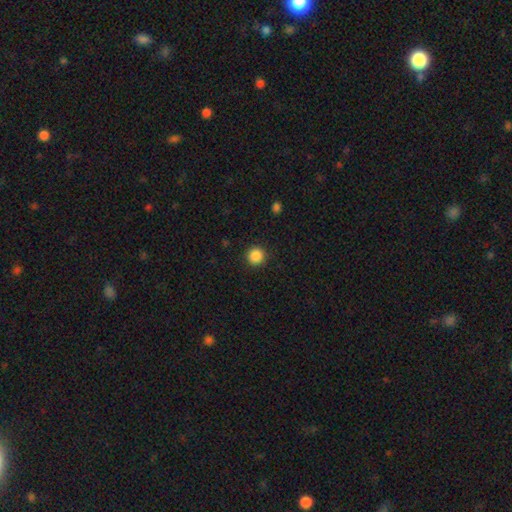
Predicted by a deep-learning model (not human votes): The model was most divided on "smooth or featured": smooth: 87%, star or artifact: 10%, featured or disk: 3%. More confident: how rounded — round (95%); merging — none (92%).